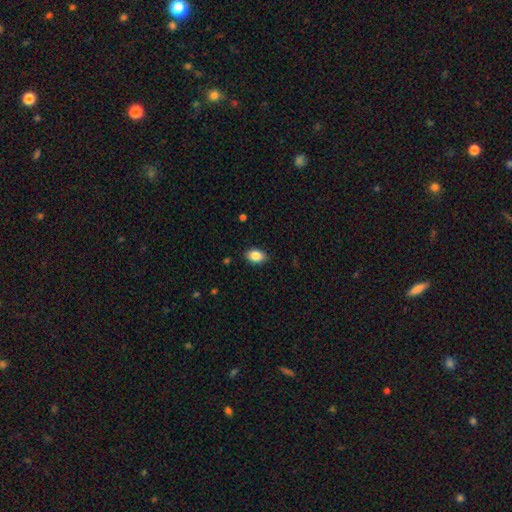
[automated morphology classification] Smooth or featured?
  - smooth: 87% *
  - star or artifact: 8%
  - featured or disk: 5%
How rounded?
  - in between: 83% *
  - round: 15%
  - cigar-shaped: 1%
Merging?
  - none: 88% *
  - minor disturbance: 9%
  - major disturbance: 2%
  - merger: 1%